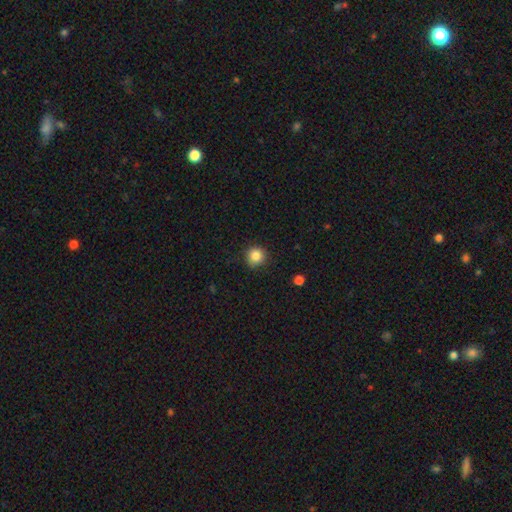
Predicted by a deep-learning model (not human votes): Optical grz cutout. It shows a smooth galaxy with no disk features (84%) that is round (93%). Merging: none (87%).